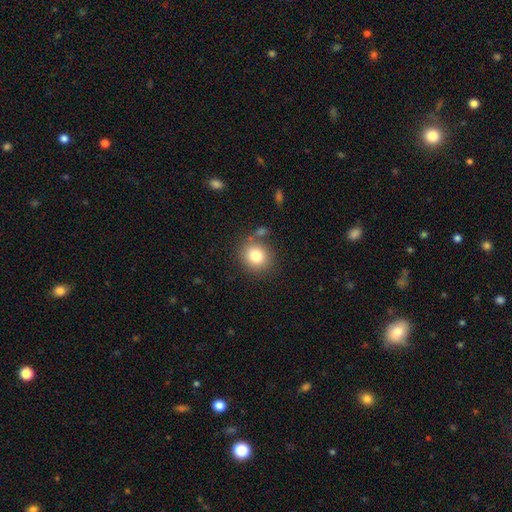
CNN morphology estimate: A smooth galaxy with no disk features (80%) that is round (81%).

Vote fractions:
- Smooth or featured? smooth: 80% / star or artifact: 11% / featured or disk: 9%
- How rounded? round: 81% / in between: 18% / cigar-shaped: 1%
- Merging? none: 76% / minor disturbance: 12% / merger: 7% / major disturbance: 4%